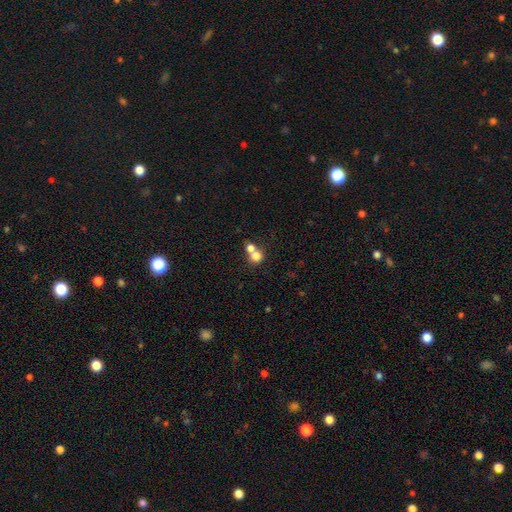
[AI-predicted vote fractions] Smooth or featured: smooth — 76% (featured or disk — 12%)
How rounded: round — 82% (in between — 17%)
Merging: merger — 56% (none — 36%)